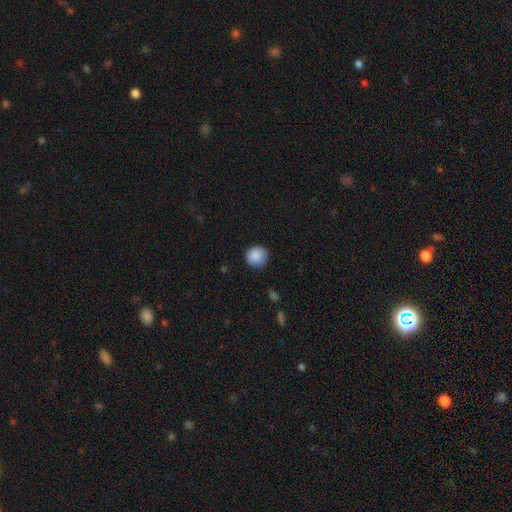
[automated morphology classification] smooth-or-featured: smooth: 87% | star or artifact: 8% | featured or disk: 5%
  how-rounded: round: 89% | in between: 10% | cigar-shaped: 1%
  merging: none: 77% | minor disturbance: 18% | major disturbance: 3% | merger: 1%